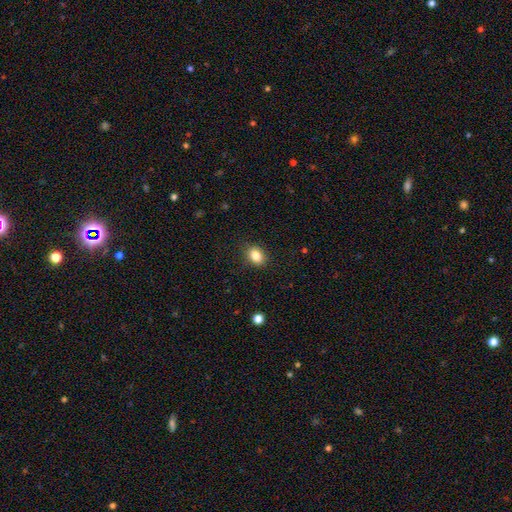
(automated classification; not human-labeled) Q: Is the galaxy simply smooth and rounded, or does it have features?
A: smooth — 85%.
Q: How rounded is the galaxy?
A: in between — 66%.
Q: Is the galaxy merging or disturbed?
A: none — 86%.